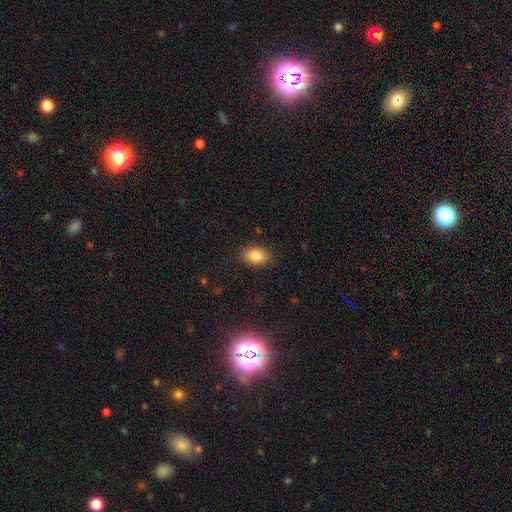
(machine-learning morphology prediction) type=smooth (84%); roundness=in between (86%); merging=none (87%).